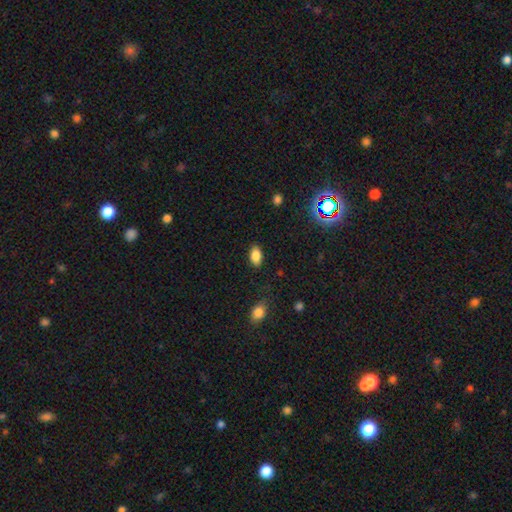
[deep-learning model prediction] smooth-or-featured: smooth: 84% | star or artifact: 10% | featured or disk: 6%
  how-rounded: in between: 91% | round: 6% | cigar-shaped: 3%
  merging: none: 85% | minor disturbance: 11% | major disturbance: 3% | merger: 1%